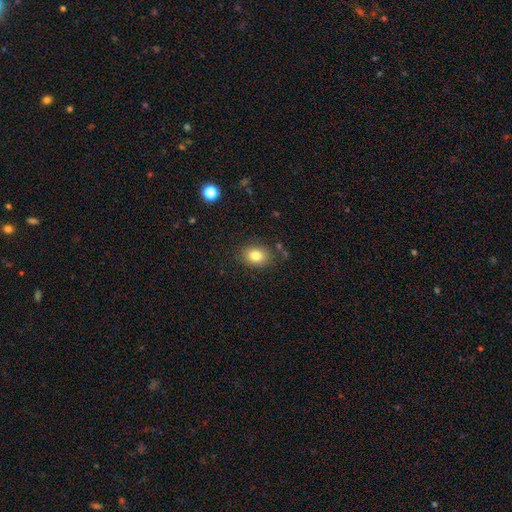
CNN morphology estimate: A smooth galaxy with no disk features (82%) that is in between round and cigar-shaped (57%).

Vote fractions:
- Smooth or featured? smooth: 82% / star or artifact: 10% / featured or disk: 8%
- How rounded? in between: 57% / round: 42% / cigar-shaped: 1%
- Merging? none: 83% / minor disturbance: 12% / major disturbance: 3% / merger: 2%